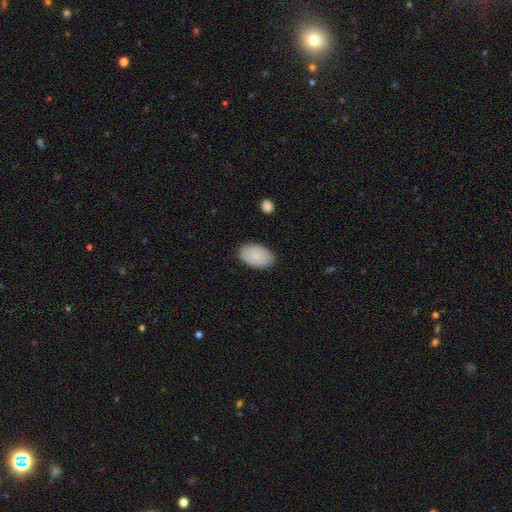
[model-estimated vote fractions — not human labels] Smooth or featured: smooth — 87% (featured or disk — 8%)
How rounded: in between — 94% (round — 5%)
Merging: none — 86% (minor disturbance — 10%)